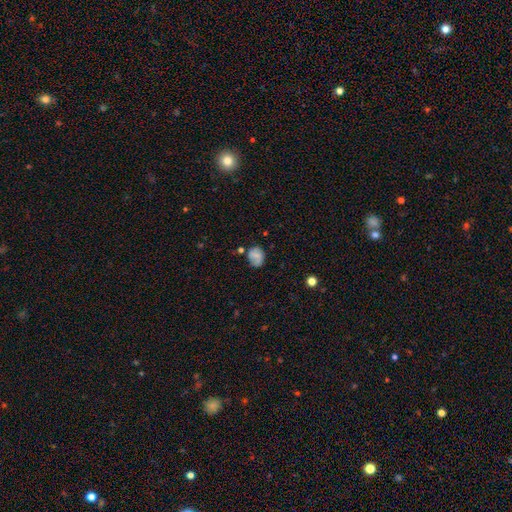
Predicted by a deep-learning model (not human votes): Smooth or featured? smooth (65%)
How rounded? round (52%)
Merging? none (56%)